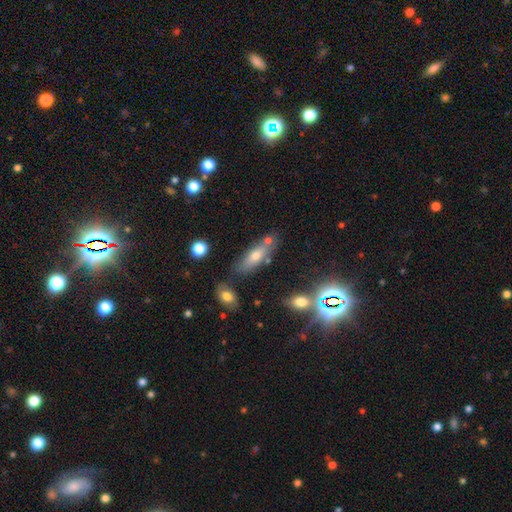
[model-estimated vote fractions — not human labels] smooth_or_featured: smooth (p=0.53) [alt: featured or disk p=0.26]
how_rounded: in between (p=0.51) [alt: cigar-shaped p=0.44]
merging: none (p=0.68) [alt: minor disturbance p=0.15]